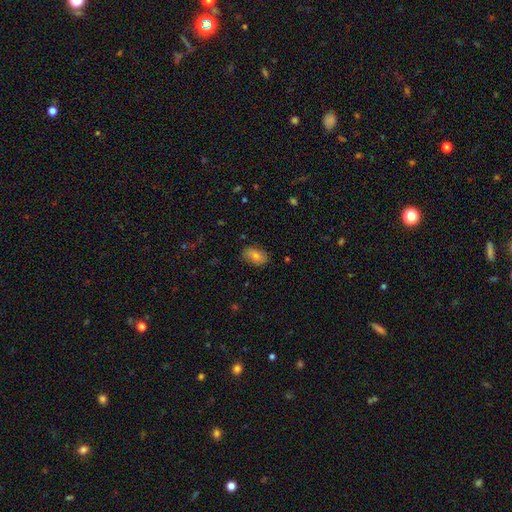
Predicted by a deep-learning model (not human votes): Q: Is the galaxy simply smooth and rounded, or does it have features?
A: smooth — 73%.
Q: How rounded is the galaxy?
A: in between — 88%.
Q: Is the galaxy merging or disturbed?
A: none — 83%.